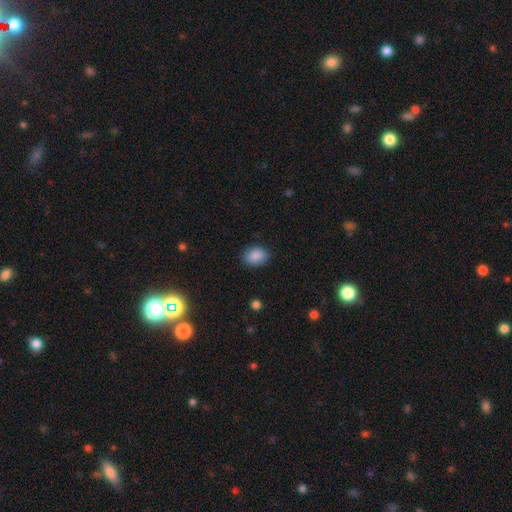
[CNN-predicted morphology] Smooth or featured? smooth (88%)
How rounded? in between (77%)
Merging? none (86%)